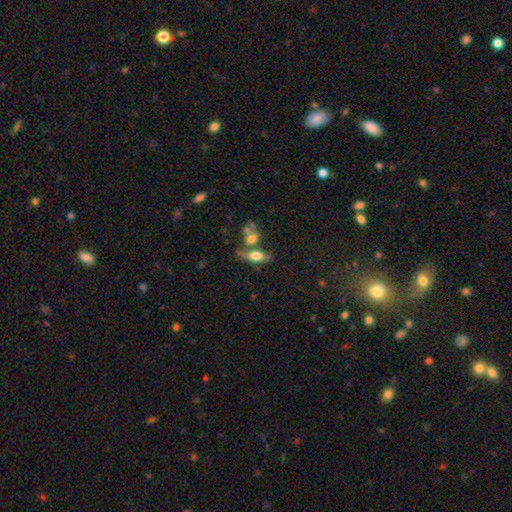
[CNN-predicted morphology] smooth-or-featured: smooth: 49% | featured or disk: 42% | star or artifact: 9%
  merging: none: 52% | merger: 29% | minor disturbance: 13% | major disturbance: 6%